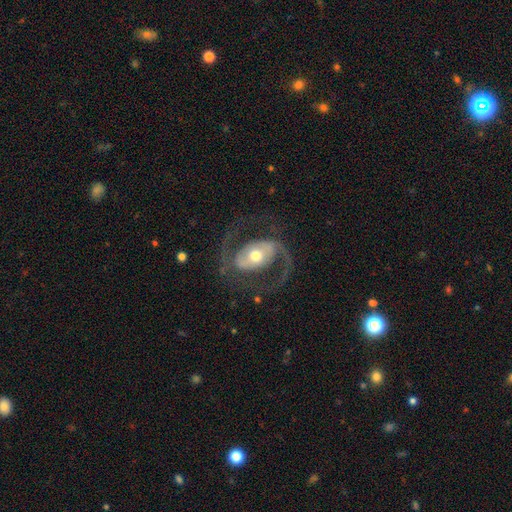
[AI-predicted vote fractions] Smooth or featured? featured or disk (88%)
Edge-on disk? no (97%)
Bar? no (38%)
Spiral arms? yes (94%)
Spiral winding? medium (56%)
Spiral arm count? 2 (91%)
Bulge size? moderate (70%)
Merging? none (73%)